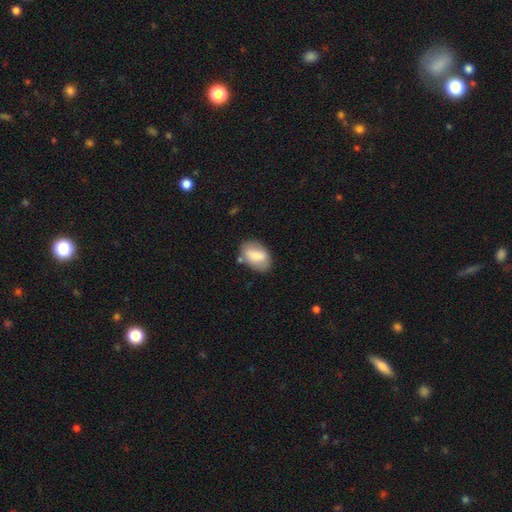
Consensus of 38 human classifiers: smooth_or_featured: smooth (p=0.92) [alt: featured or disk p=0.05]
how_rounded: in between (p=0.89) [alt: round p=0.11]
merging: none (p=0.62) [alt: minor disturbance p=0.27]